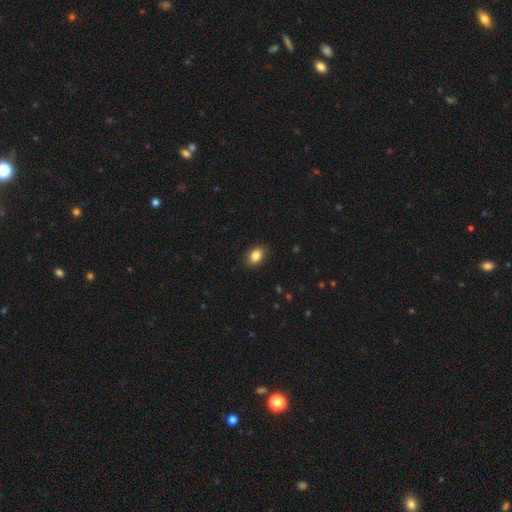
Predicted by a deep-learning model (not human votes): A smooth galaxy with no disk features (85%) that is in between round and cigar-shaped (76%).

Vote fractions:
- Smooth or featured? smooth: 85% / star or artifact: 9% / featured or disk: 6%
- How rounded? in between: 76% / round: 22% / cigar-shaped: 1%
- Merging? none: 87% / minor disturbance: 9% / major disturbance: 2% / merger: 1%